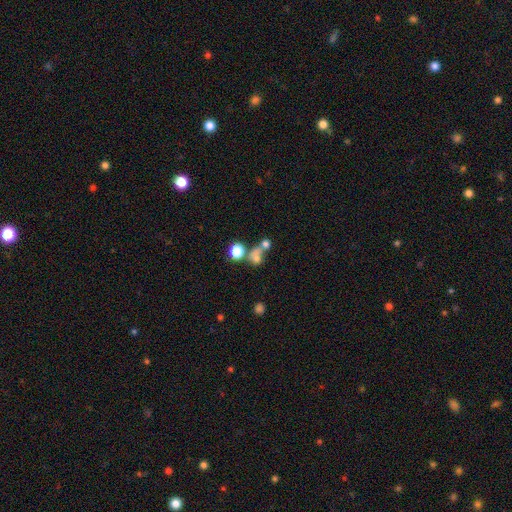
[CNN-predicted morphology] type=smooth (65%); roundness=round (73%); merging=merger (46%).